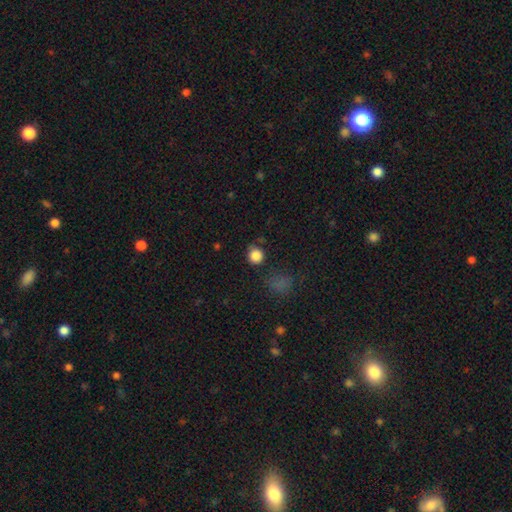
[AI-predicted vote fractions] smooth-or-featured: smooth: 84% | star or artifact: 12% | featured or disk: 4%
  how-rounded: round: 91% | in between: 8% | cigar-shaped: 1%
  merging: none: 77% | minor disturbance: 14% | major disturbance: 5% | merger: 4%